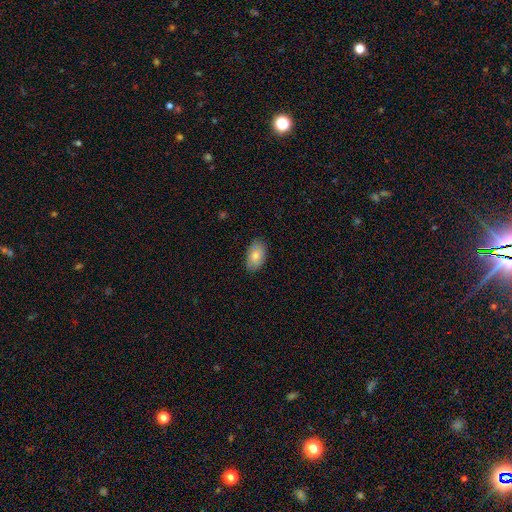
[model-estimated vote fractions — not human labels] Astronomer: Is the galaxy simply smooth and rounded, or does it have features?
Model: smooth — 78%.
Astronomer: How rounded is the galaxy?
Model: in between — 93%.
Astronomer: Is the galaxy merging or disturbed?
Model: none — 84%.